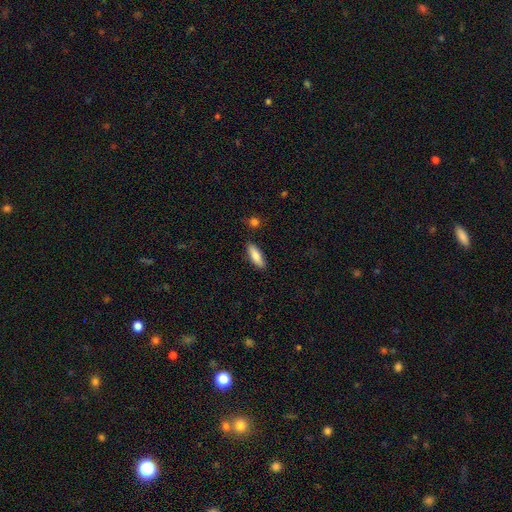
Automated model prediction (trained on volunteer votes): Smooth or featured? smooth (82%)
How rounded? in between (54%)
Merging? none (86%)